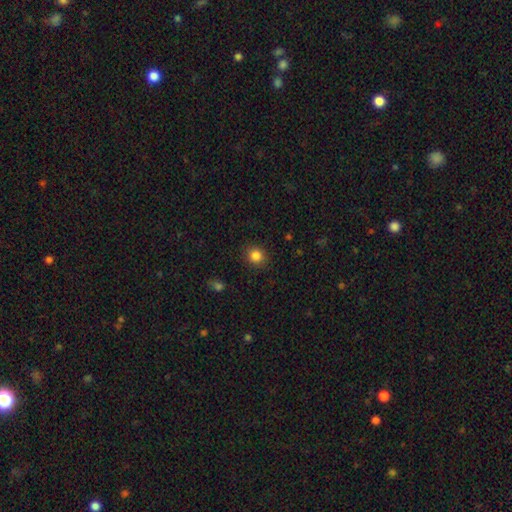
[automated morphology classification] smooth-or-featured: smooth: 85% | star or artifact: 11% | featured or disk: 4%
  how-rounded: round: 83% | in between: 16% | cigar-shaped: 1%
  merging: none: 88% | minor disturbance: 8% | major disturbance: 3% | merger: 1%